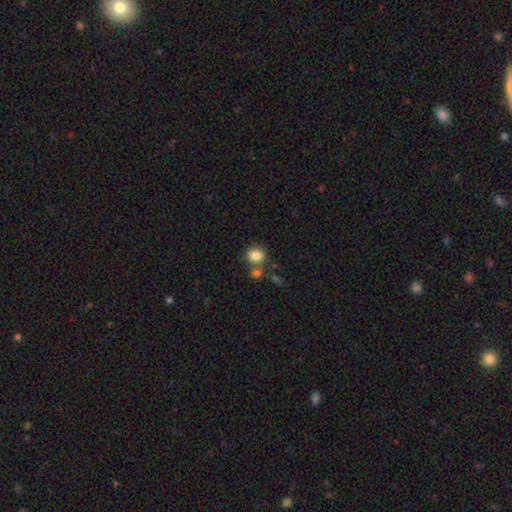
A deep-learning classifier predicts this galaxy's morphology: A smooth galaxy with no disk features (84%) that is round (73%).

Vote fractions:
- Smooth or featured? smooth: 84% / star or artifact: 10% / featured or disk: 6%
- How rounded? round: 73% / in between: 27% / cigar-shaped: 1%
- Merging? none: 66% / merger: 19% / minor disturbance: 11% / major disturbance: 4%